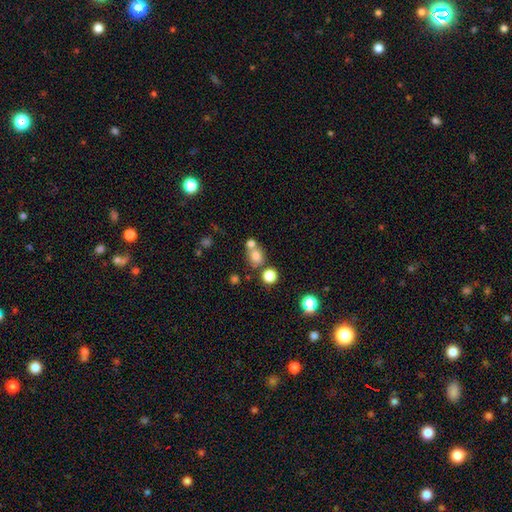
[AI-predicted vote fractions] Morphology: type=smooth (74%); roundness=round (69%); merging=none (47%).